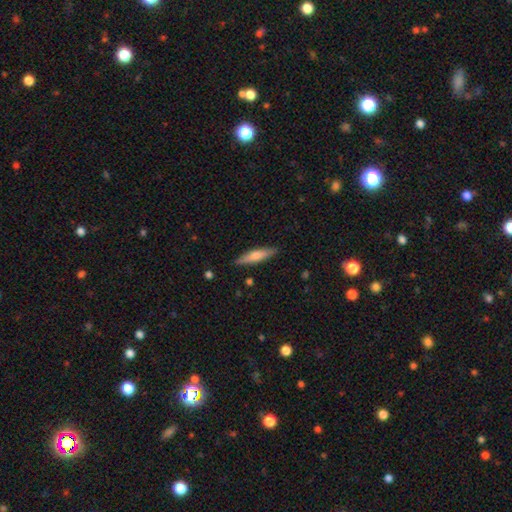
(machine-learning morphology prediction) Overall: smooth (64%; featured or disk 30%). How rounded: cigar-shaped (79%). Merging: none (88%).